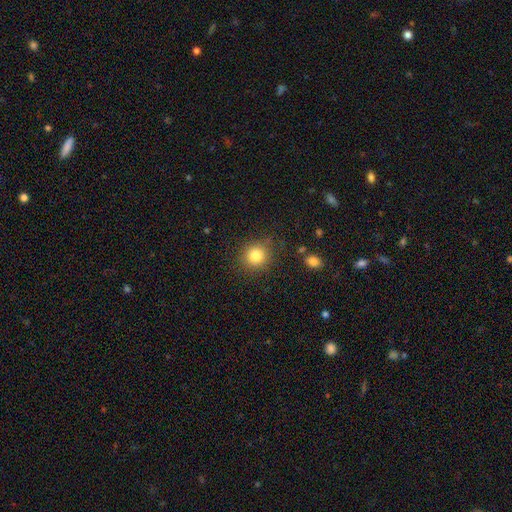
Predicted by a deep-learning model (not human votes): Q: Smooth or featured?
A: smooth (82%); runner-up: star or artifact (12%)
Q: How rounded?
A: round (88%); runner-up: in between (11%)
Q: Merging?
A: none (86%); runner-up: minor disturbance (9%)